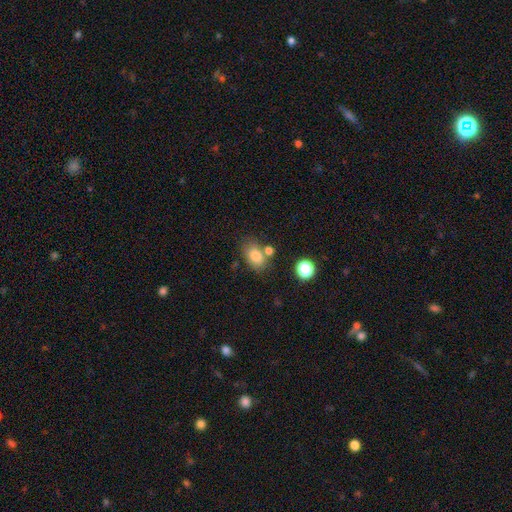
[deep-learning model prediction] This is clearly a smooth galaxy (81%). How rounded: likely in between (80%). Merging: likely none (62%).